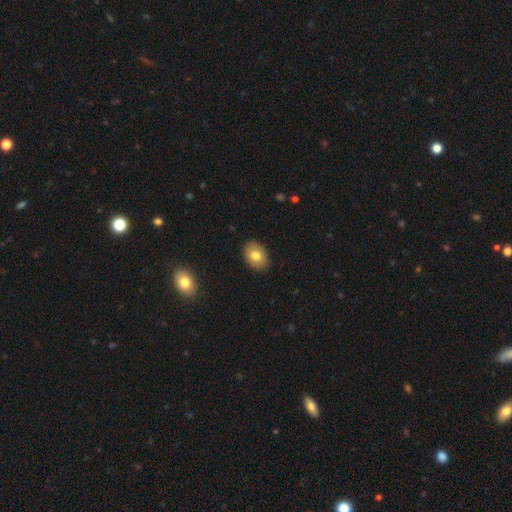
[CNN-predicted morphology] smooth 78%, featured or disk 13%, star or artifact 8%. Down the decision tree: how rounded — in between (73%); merging — none (89%).